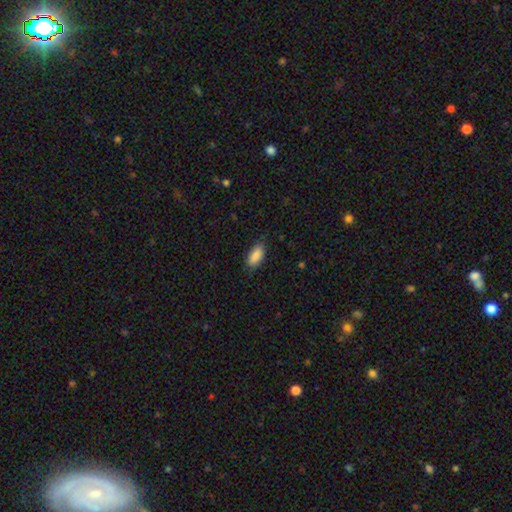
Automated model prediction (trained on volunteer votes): Smooth or featured: smooth — 89% (star or artifact — 7%)
How rounded: in between — 90% (cigar-shaped — 8%)
Merging: none — 82% (minor disturbance — 14%)